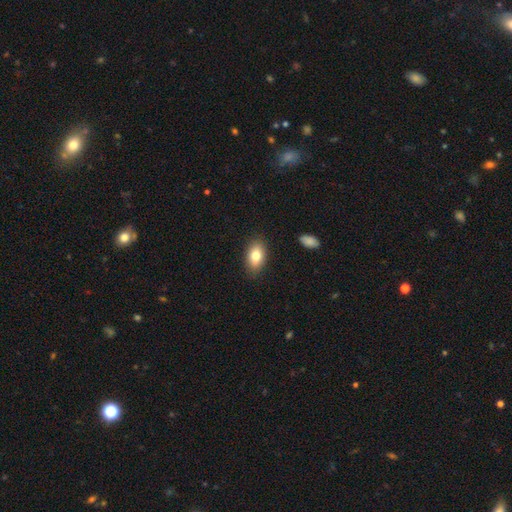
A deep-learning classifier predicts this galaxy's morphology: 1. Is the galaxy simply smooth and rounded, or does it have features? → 81% smooth, 12% featured or disk, 7% star or artifact.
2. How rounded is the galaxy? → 91% in between, 7% round, 2% cigar-shaped.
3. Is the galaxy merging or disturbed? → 86% none, 10% minor disturbance, 2% major disturbance, 1% merger.